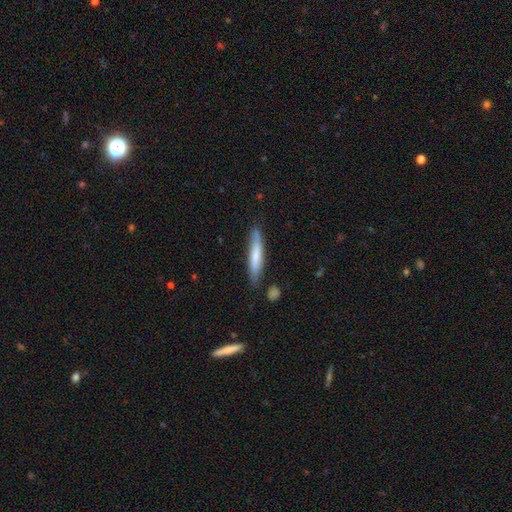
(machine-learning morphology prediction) type=smooth (66%); roundness=cigar-shaped (90%); merging=none (80%).